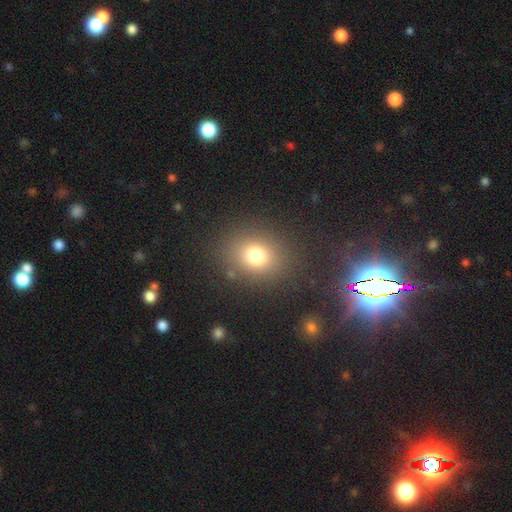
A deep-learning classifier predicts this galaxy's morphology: This appears to be a smooth galaxy with no disk features (75%) that is round (65%). Merging: none (82%).